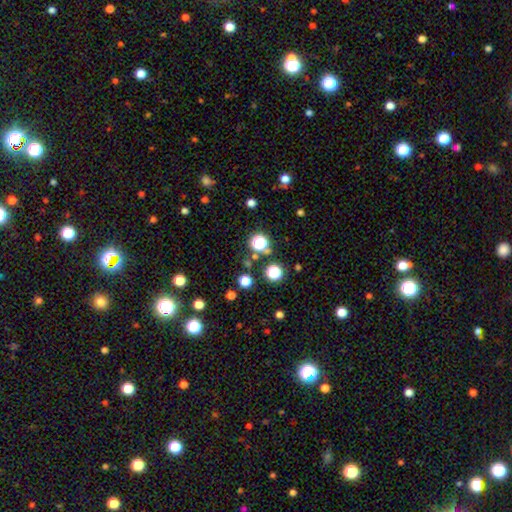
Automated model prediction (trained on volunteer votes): Smooth or featured? Predicted: star or artifact (p=0.62).